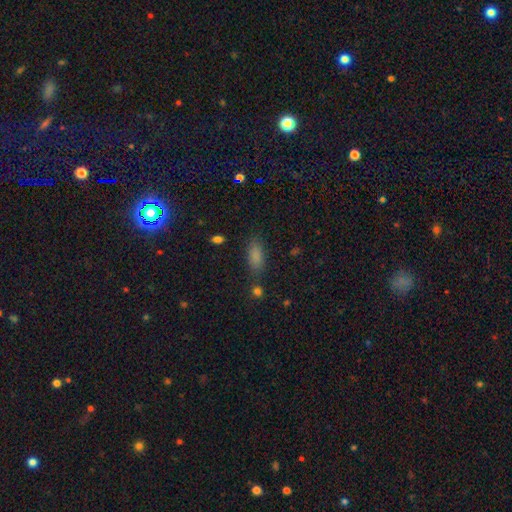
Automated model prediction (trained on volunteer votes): Q: Smooth or featured?
A: smooth (81%); runner-up: star or artifact (13%)
Q: How rounded?
A: in between (81%); runner-up: cigar-shaped (16%)
Q: Merging?
A: none (76%); runner-up: minor disturbance (14%)